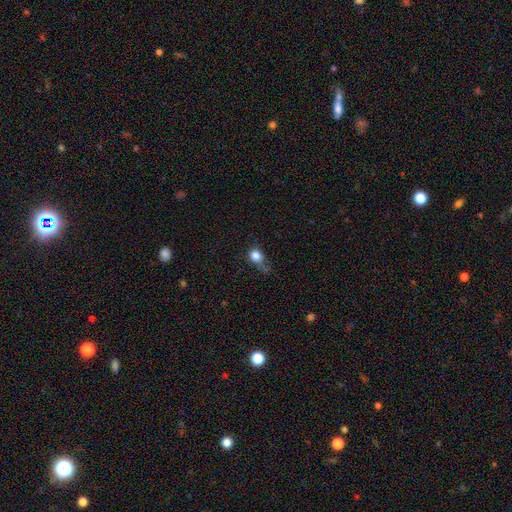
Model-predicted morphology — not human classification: smooth-or-featured: smooth: 80% | star or artifact: 11% | featured or disk: 9%
  how-rounded: round: 70% | in between: 28% | cigar-shaped: 2%
  merging: none: 37% | minor disturbance: 33% | major disturbance: 25% | merger: 5%